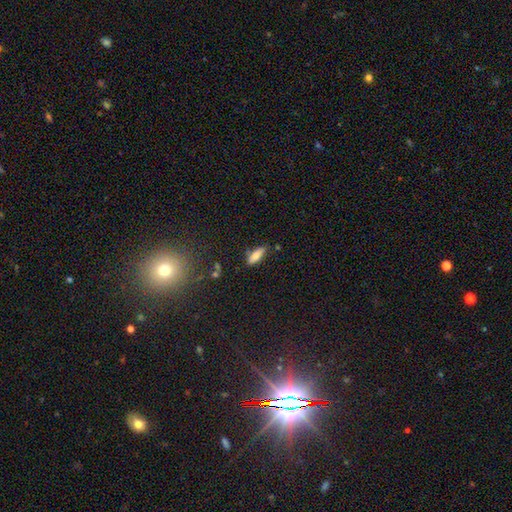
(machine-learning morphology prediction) This is likely a smooth galaxy (73%). How rounded: likely in between (62%). Merging: likely none (75%).